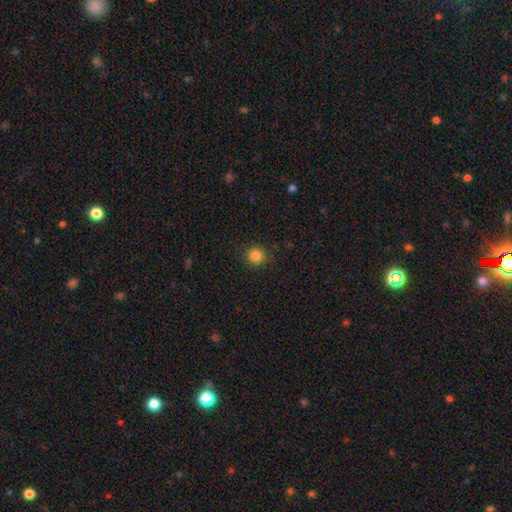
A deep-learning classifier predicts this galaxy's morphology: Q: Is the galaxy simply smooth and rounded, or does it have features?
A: smooth — 85%.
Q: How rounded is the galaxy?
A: round — 90%.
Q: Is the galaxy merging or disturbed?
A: none — 89%.